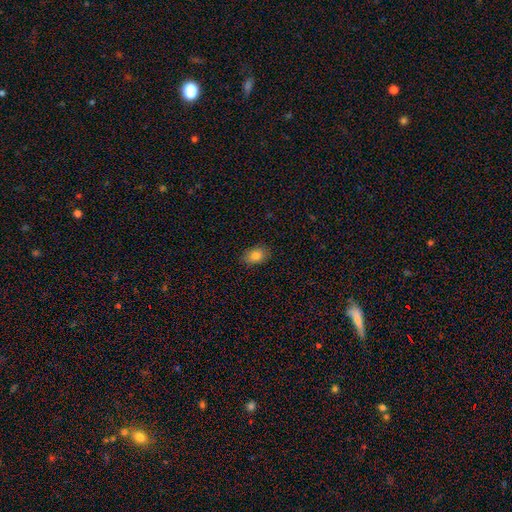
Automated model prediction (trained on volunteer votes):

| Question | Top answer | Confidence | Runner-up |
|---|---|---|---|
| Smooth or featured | smooth | 83% | featured or disk (9%) |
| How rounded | in between | 84% | round (15%) |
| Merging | none | 86% | minor disturbance (11%) |